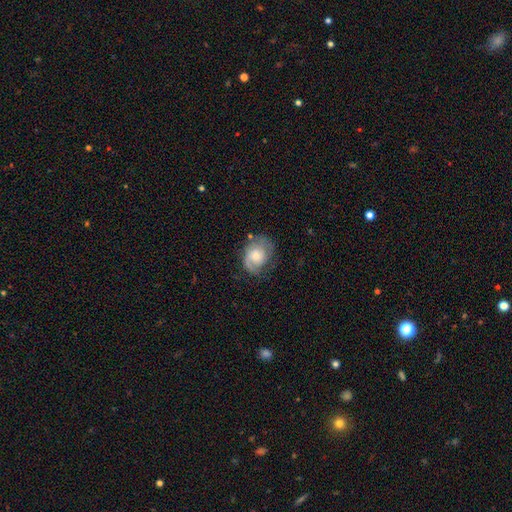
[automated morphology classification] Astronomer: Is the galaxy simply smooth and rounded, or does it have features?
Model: featured or disk — 60%.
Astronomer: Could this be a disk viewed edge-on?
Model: no — 97%.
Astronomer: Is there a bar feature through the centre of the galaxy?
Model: no — 73%.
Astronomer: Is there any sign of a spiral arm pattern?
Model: yes — 85%.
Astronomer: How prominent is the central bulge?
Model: moderate — 48% (runner-up: small, 37%).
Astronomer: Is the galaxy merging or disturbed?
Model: none — 59%.